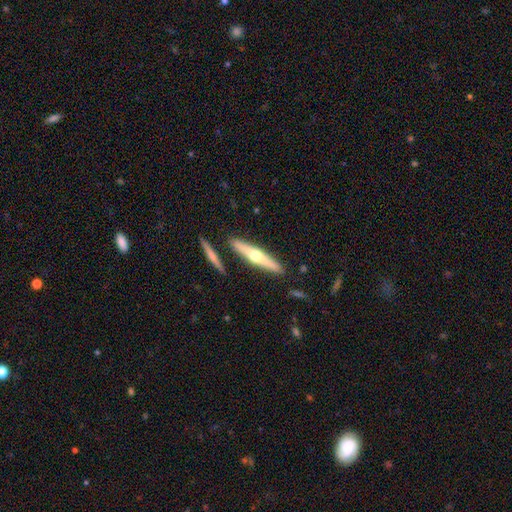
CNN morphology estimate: Smooth or featured: featured or disk — 59% (smooth — 35%)
Edge-on disk: yes — 95% (no — 5%)
Edge-on bulge: rounded — 92% (none — 6%)
Merging: none — 85% (minor disturbance — 8%)